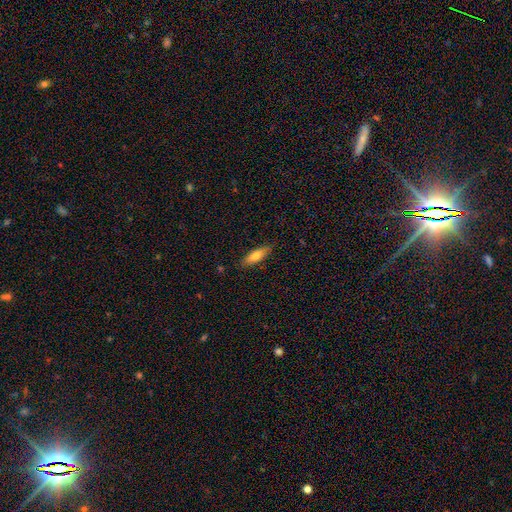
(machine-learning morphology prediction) A smooth galaxy with no disk features (73%) that is in between round and cigar-shaped (54%). Merging: none (85%).